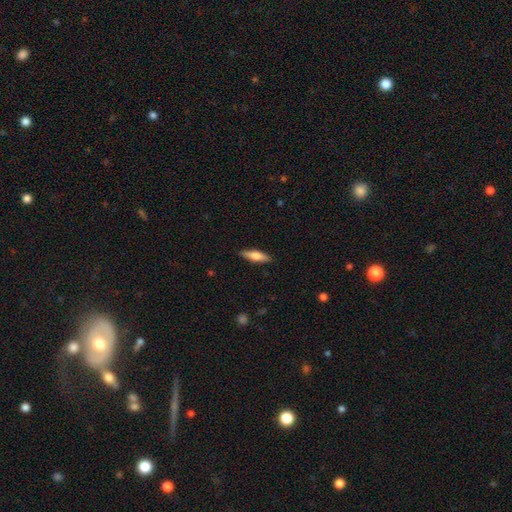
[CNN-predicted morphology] type=smooth (65%); roundness=cigar-shaped (62%); merging=none (88%).